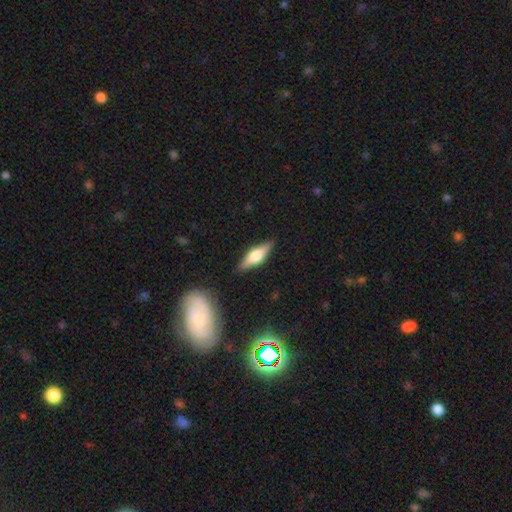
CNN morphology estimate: This appears to be a featured or disk galaxy (62%) viewed edge-on (96%) with a rounded central bulge (88%). Merging: none (88%).